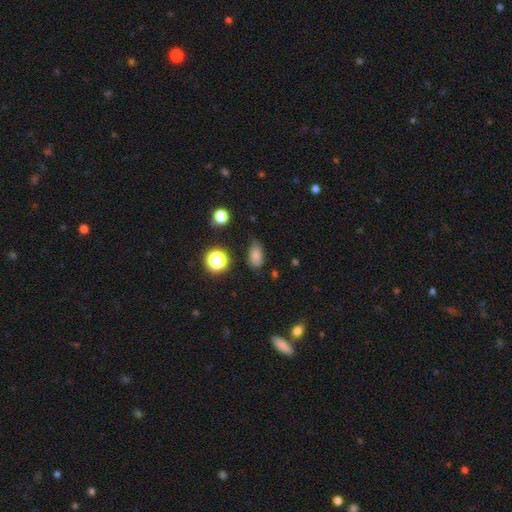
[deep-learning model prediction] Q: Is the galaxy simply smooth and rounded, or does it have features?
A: smooth — 76%.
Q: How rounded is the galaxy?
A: in between — 84%.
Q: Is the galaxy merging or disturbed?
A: none — 58%.